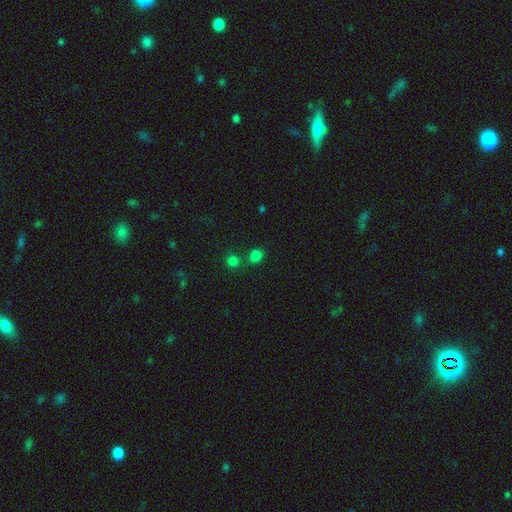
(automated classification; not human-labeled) Morphology: type=smooth (77%); roundness=round (68%); merging=none (64%).